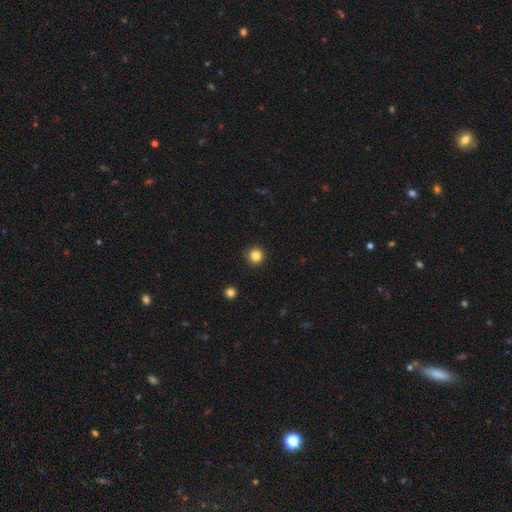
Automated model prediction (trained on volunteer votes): Q: Smooth or featured?
A: smooth (84%); runner-up: star or artifact (12%)
Q: How rounded?
A: round (95%); runner-up: in between (4%)
Q: Merging?
A: none (89%); runner-up: minor disturbance (8%)